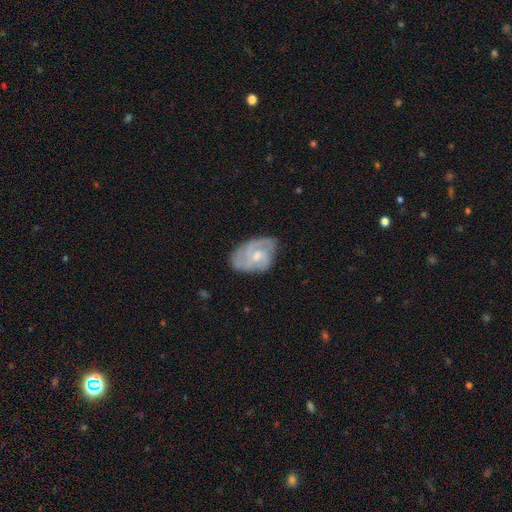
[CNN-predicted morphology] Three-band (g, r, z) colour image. It shows a featured or disk galaxy (72%) with no bar (59%), 2 (30%) tight (45%) spiral arms (89%) and a moderate central bulge (50%). Merging: none (62%).